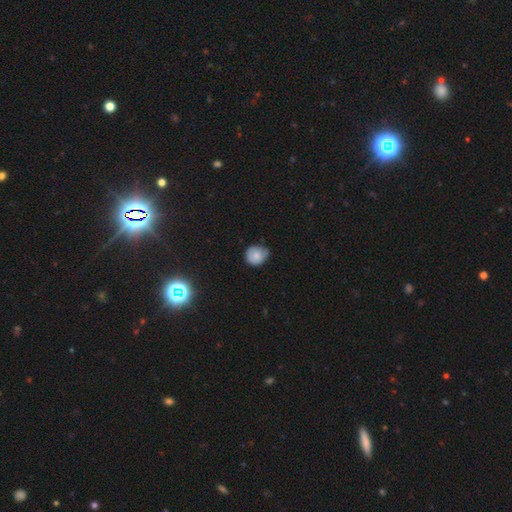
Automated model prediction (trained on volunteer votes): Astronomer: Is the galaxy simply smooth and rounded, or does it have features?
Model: smooth — 77%.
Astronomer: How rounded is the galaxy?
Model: round — 76%.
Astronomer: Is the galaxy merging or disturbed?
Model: none — 53% (runner-up: minor disturbance, 39%).